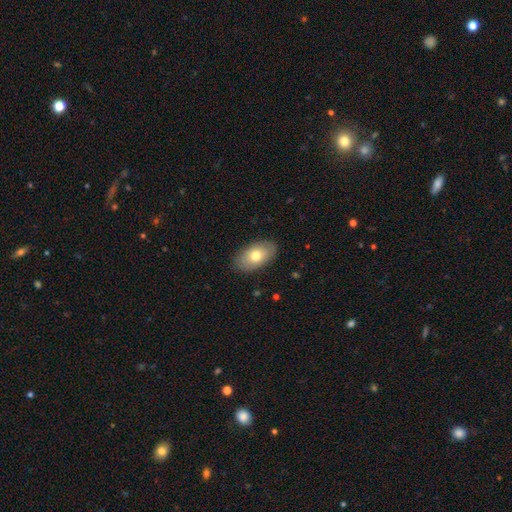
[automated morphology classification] Smooth or featured?
  - smooth: 71% *
  - featured or disk: 22%
  - star or artifact: 7%
How rounded?
  - in between: 93% *
  - round: 6%
  - cigar-shaped: 2%
Merging?
  - none: 86% *
  - minor disturbance: 11%
  - major disturbance: 2%
  - merger: 1%